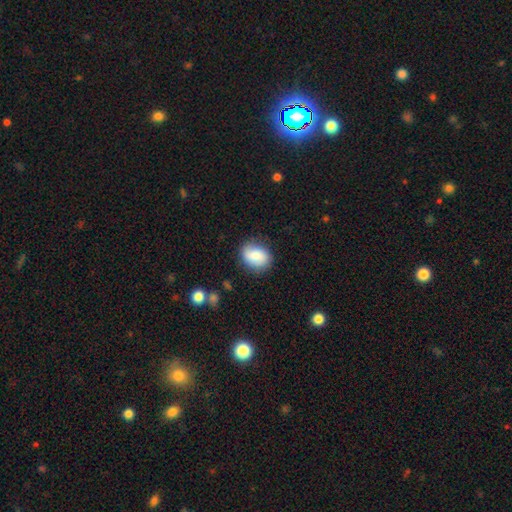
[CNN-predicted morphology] Overall: smooth (80%). How rounded: in between (60%; round 38%). Merging: none (80%).